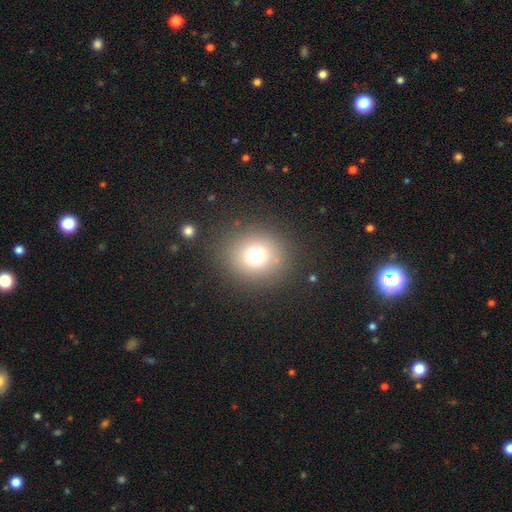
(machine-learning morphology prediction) Q: Smooth or featured?
A: smooth (70%); runner-up: star or artifact (19%)
Q: How rounded?
A: round (85%); runner-up: in between (14%)
Q: Merging?
A: none (86%); runner-up: minor disturbance (7%)